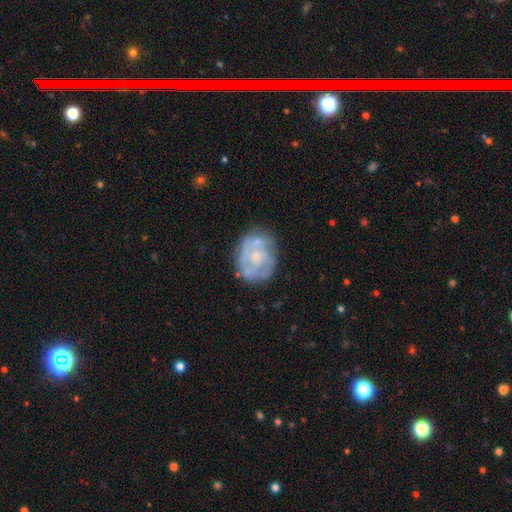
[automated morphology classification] A featured or disk galaxy (71%) with no bar (80%), spiral arms (61%) and a small central bulge (57%). Merging: none (64%).